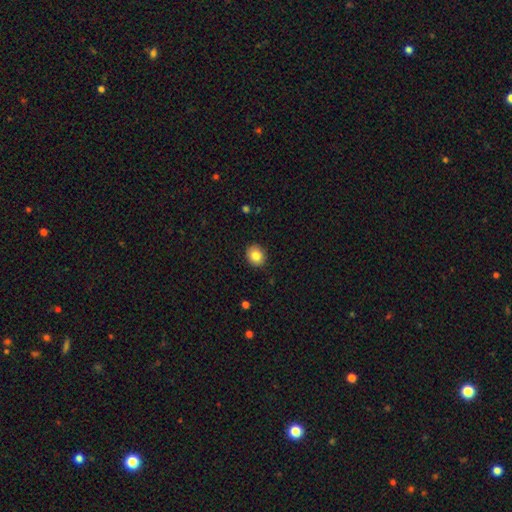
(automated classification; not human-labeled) Smooth or featured? Predicted: smooth (p=0.84). How rounded? Predicted: round (p=0.68). Merging? Predicted: none (p=0.90).